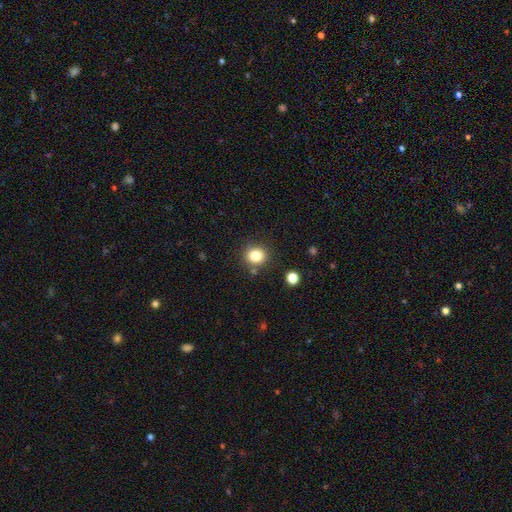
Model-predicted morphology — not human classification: Smooth or featured: smooth — 82% (star or artifact — 12%)
How rounded: round — 80% (in between — 19%)
Merging: none — 83% (minor disturbance — 9%)